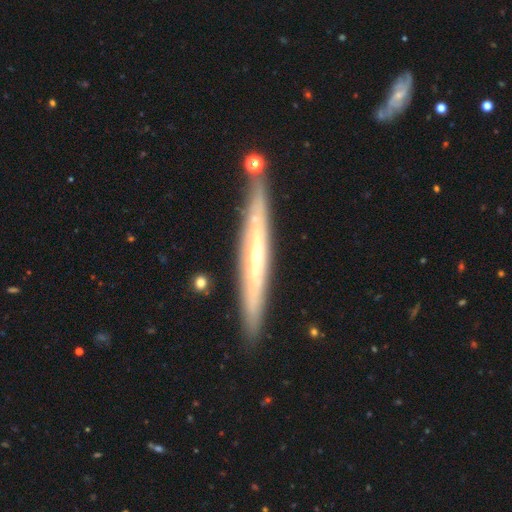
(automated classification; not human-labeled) Smooth or featured? Predicted: featured or disk (p=0.73). Edge-on disk? Predicted: yes (p=0.89). Edge-on bulge? Predicted: rounded (p=0.53). Merging? Predicted: none (p=0.85).